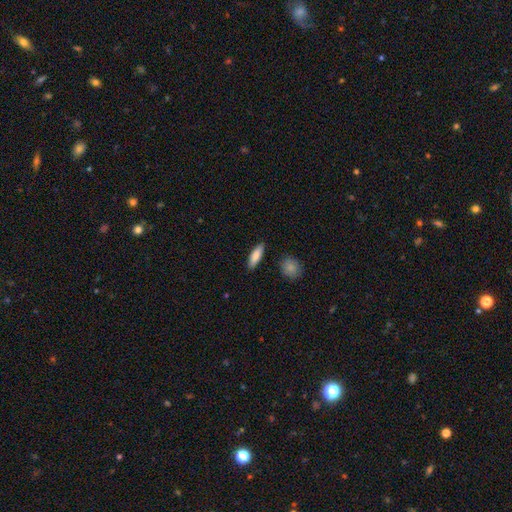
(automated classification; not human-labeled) This is clearly a smooth galaxy (84%). How rounded: possibly in between (56%). Merging: clearly none (87%).